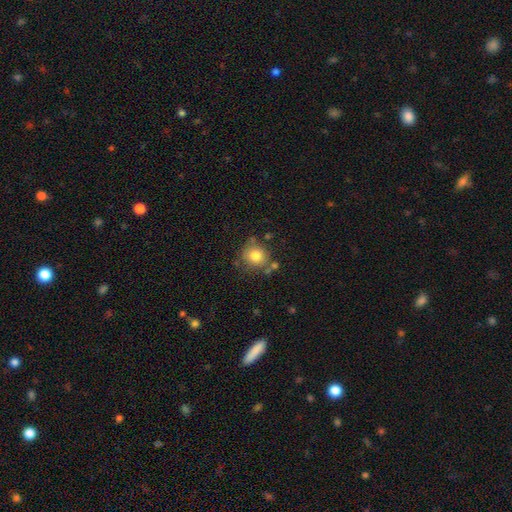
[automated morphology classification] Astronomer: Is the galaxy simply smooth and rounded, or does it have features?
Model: smooth — 80%.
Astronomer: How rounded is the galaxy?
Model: round — 87%.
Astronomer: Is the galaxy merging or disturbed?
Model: none — 70%.